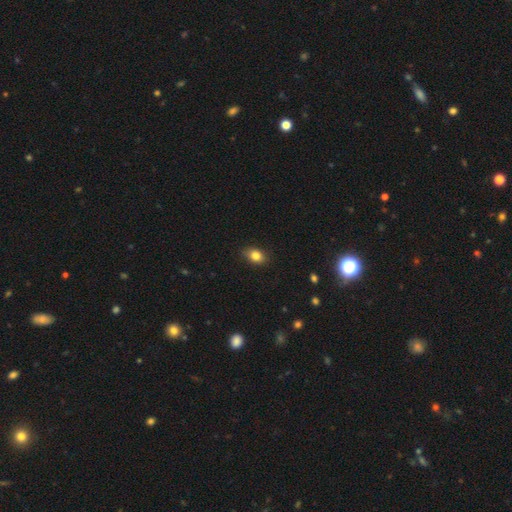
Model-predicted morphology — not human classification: Smooth or featured?
  - smooth: 83% *
  - star or artifact: 10%
  - featured or disk: 8%
How rounded?
  - in between: 70% *
  - round: 29%
  - cigar-shaped: 2%
Merging?
  - none: 82% *
  - minor disturbance: 15%
  - major disturbance: 3%
  - merger: 1%